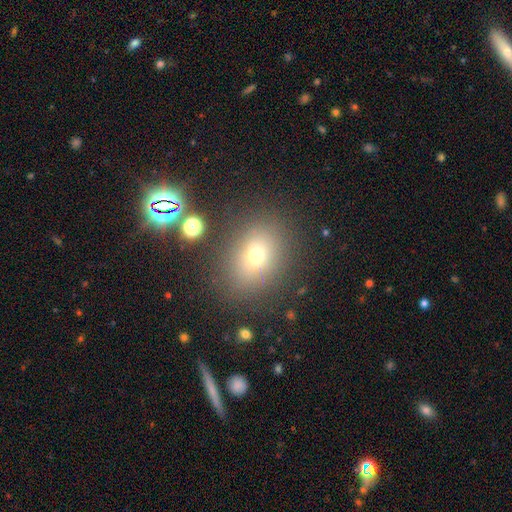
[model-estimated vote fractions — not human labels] This is likely a smooth galaxy (65%). How rounded: possibly in between (55%). Merging: clearly none (82%).